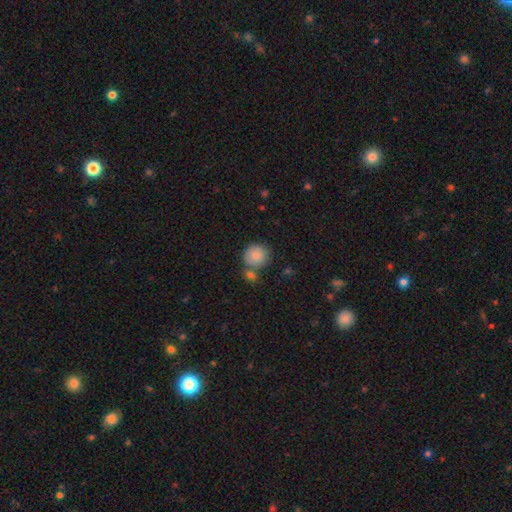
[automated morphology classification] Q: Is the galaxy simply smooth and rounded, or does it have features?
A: smooth — 84%.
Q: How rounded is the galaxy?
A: round — 88%.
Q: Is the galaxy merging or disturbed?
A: none — 62%.